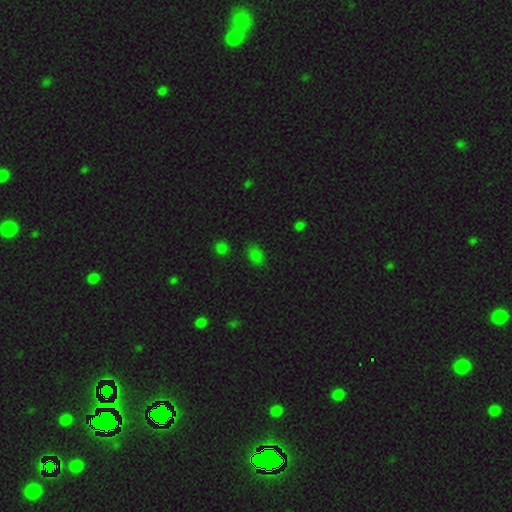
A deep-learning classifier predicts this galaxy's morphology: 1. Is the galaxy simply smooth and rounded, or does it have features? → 74% smooth, 22% star or artifact, 5% featured or disk.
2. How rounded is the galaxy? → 79% in between, 19% round, 2% cigar-shaped.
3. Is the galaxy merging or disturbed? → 78% none, 15% minor disturbance, 4% major disturbance, 3% merger.